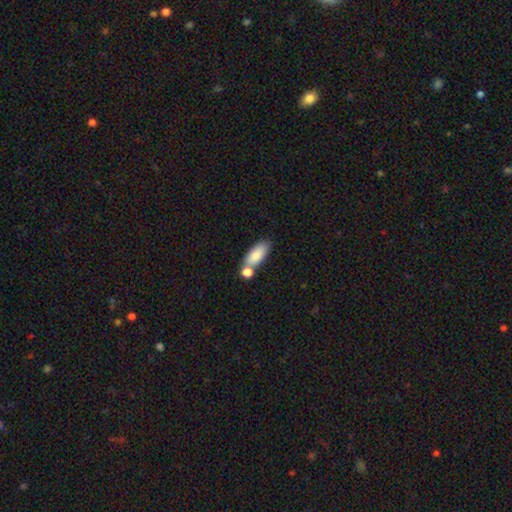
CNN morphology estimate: smooth-or-featured: smooth: 83% | featured or disk: 10% | star or artifact: 7%
  how-rounded: in between: 81% | cigar-shaped: 15% | round: 3%
  merging: none: 46% | merger: 37% | minor disturbance: 13% | major disturbance: 4%